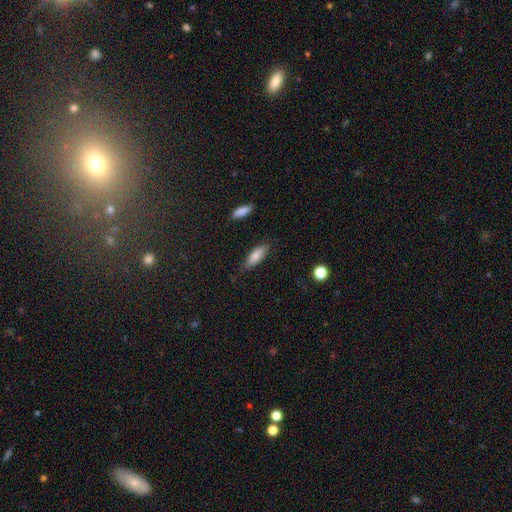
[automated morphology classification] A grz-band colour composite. It shows a smooth galaxy with no disk features (83%) that is in between round and cigar-shaped (63%). Merging: none (78%).